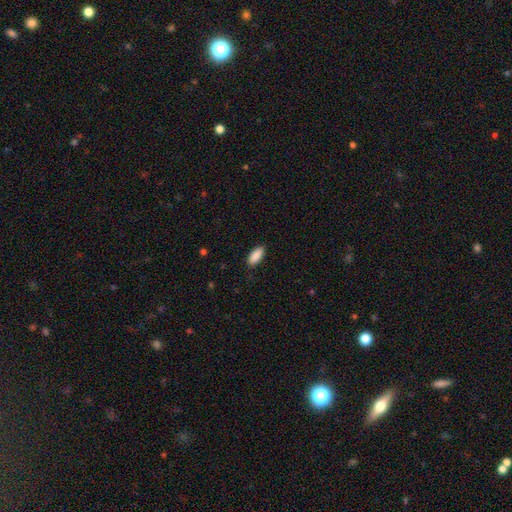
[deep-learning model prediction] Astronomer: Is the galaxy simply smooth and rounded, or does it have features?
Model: smooth — 90%.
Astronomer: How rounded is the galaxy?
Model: in between — 85%.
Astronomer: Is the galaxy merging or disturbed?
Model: none — 88%.